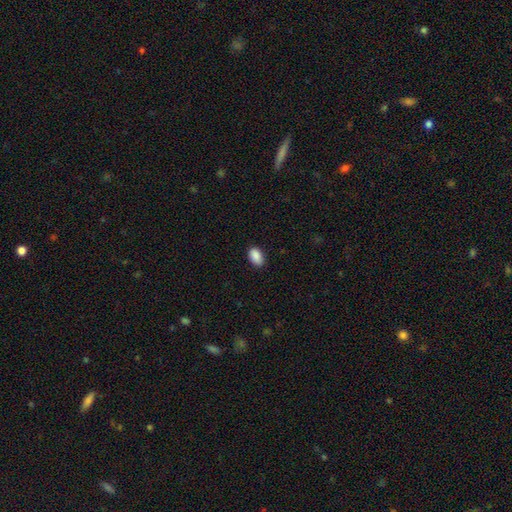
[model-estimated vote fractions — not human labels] Q: Smooth or featured?
A: smooth (90%); runner-up: star or artifact (7%)
Q: How rounded?
A: in between (92%); runner-up: round (7%)
Q: Merging?
A: none (86%); runner-up: minor disturbance (11%)